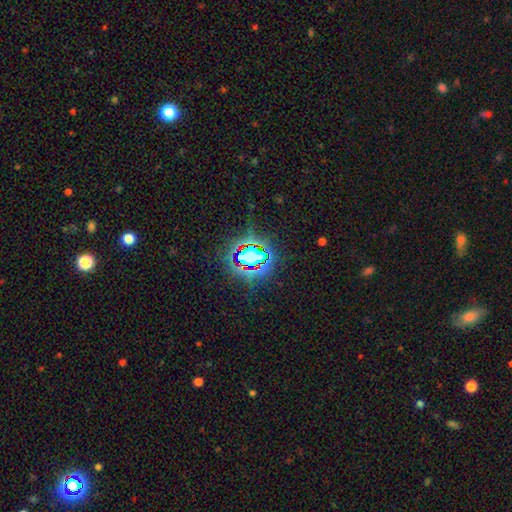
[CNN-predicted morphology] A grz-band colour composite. It shows a star or artifact, not a galaxy (70%).